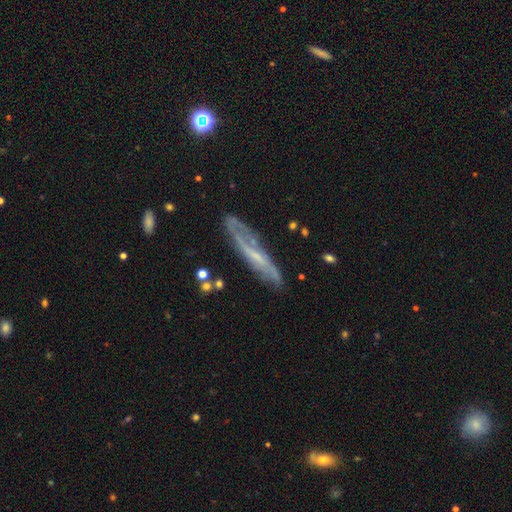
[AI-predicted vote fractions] This is likely a featured or disk galaxy (68%). It is possibly not viewed edge-on (51%). Merging: likely none (68%).